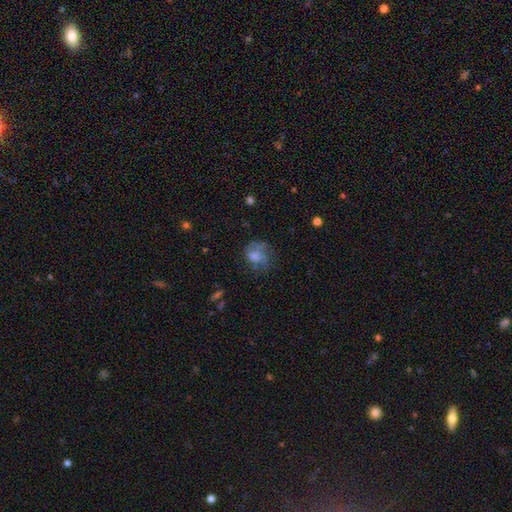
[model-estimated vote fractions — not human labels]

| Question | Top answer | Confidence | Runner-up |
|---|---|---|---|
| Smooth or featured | smooth | 62% | featured or disk (27%) |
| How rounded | in between | 51% | round (48%) |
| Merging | none | 38% | major disturbance (32%) |